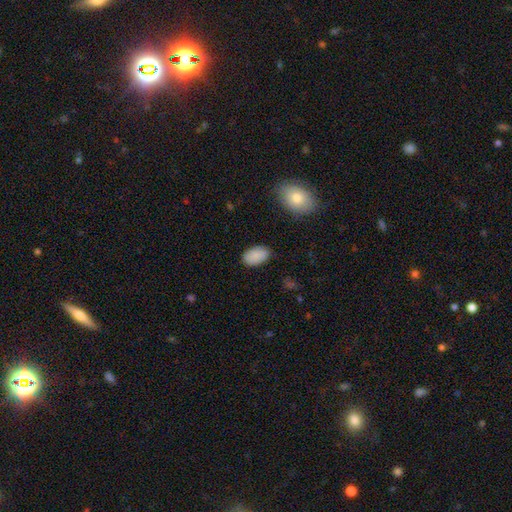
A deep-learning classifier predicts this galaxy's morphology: This is clearly a smooth galaxy (87%). How rounded: clearly in between (94%). Merging: clearly none (84%).